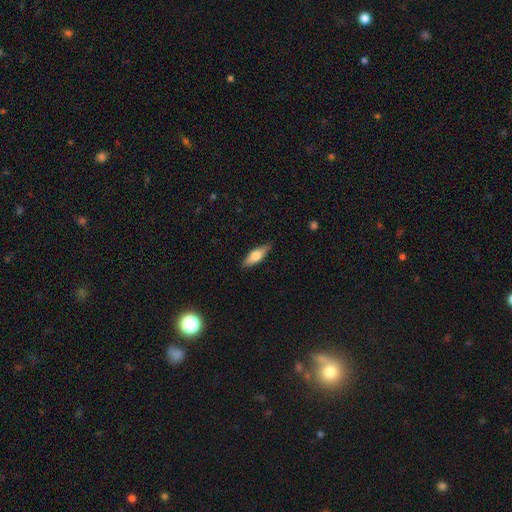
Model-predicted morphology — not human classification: This appears to be a smooth galaxy with no disk features (61%) that is in between round and cigar-shaped (56%). Merging: none (86%).